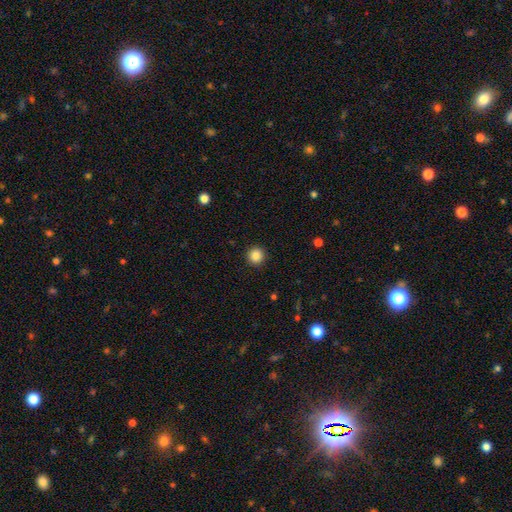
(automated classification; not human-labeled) Smooth or featured: smooth — 86% (star or artifact — 10%)
How rounded: round — 95% (in between — 4%)
Merging: none — 93% (minor disturbance — 5%)